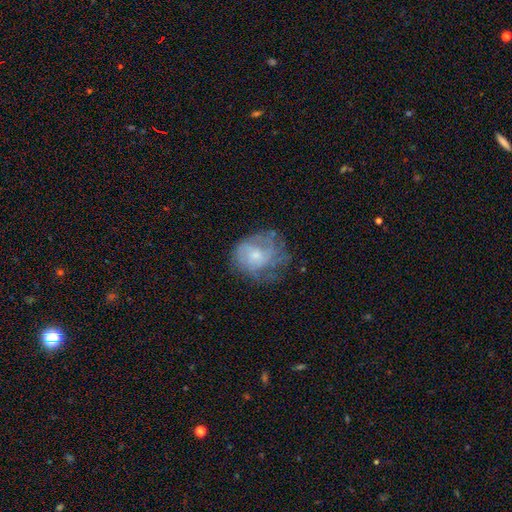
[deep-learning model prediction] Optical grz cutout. It shows a featured or disk galaxy (58%) with no bar (72%), spiral arms (66%) and a small central bulge (51%). Merging: none (49%).